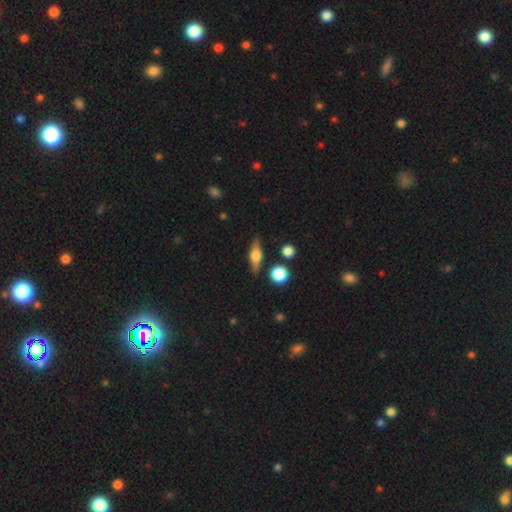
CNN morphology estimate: Smooth or featured? featured or disk (53%)
Edge-on disk? yes (91%)
Merging? none (83%)